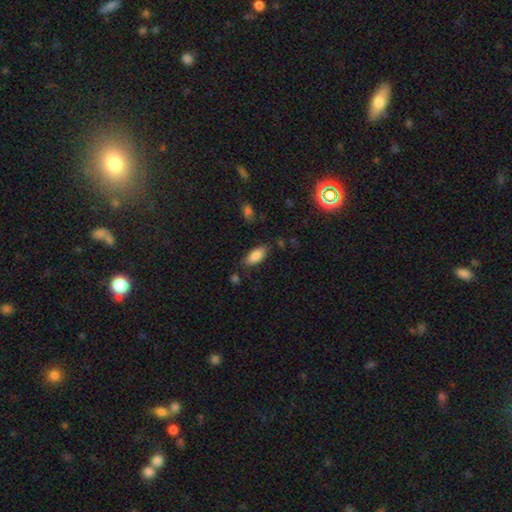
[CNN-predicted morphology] Smooth or featured? Predicted: smooth (p=0.84). How rounded? Predicted: in between (p=0.84). Merging? Predicted: none (p=0.77).